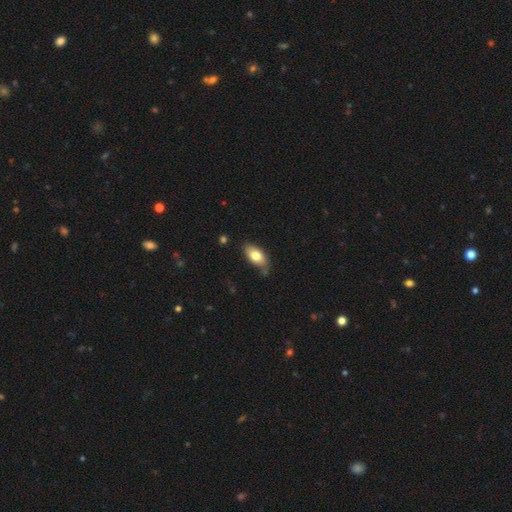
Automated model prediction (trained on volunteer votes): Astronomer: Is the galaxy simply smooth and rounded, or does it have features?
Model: smooth — 76%.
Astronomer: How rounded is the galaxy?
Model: in between — 90%.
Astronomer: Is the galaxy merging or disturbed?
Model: none — 67%.